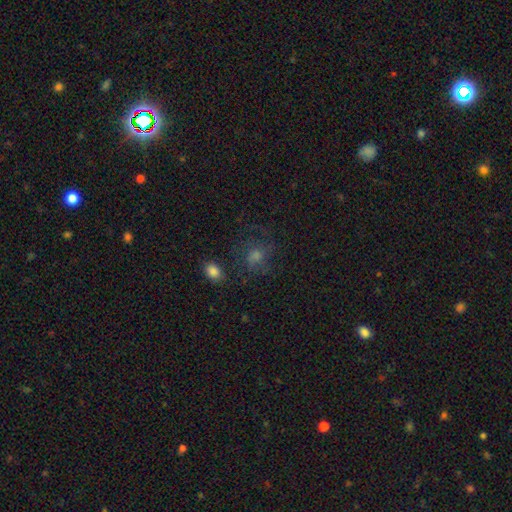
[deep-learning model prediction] The model was most divided on "smooth or featured": smooth: 41%, featured or disk: 34%, star or artifact: 25%. More confident: merging — none (65%).